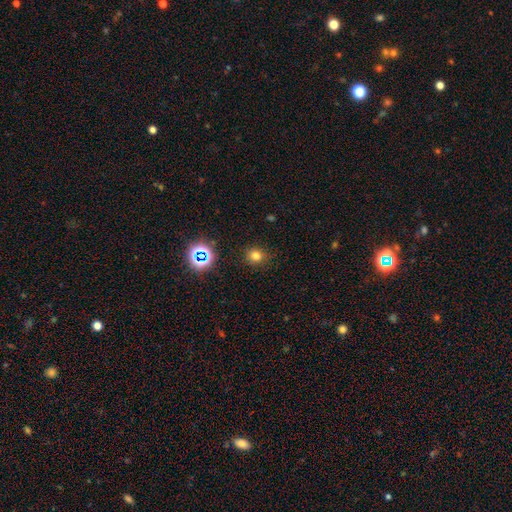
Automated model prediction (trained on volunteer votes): Smooth or featured? Predicted: smooth (p=0.74). How rounded? Predicted: round (p=0.82). Merging? Predicted: none (p=0.87).